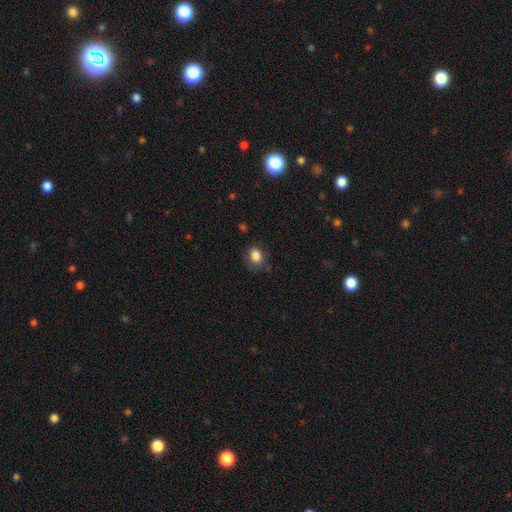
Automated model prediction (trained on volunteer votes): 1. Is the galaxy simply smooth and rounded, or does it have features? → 85% smooth, 10% star or artifact, 6% featured or disk.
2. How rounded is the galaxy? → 64% in between, 35% round, 1% cigar-shaped.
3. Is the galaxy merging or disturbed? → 72% none, 20% minor disturbance, 6% major disturbance, 2% merger.